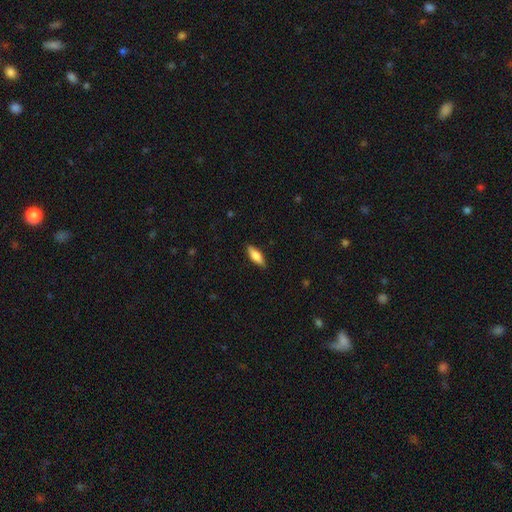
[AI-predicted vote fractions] Overall: smooth (73%). How rounded: in between (60%; cigar-shaped 38%). Merging: none (87%).